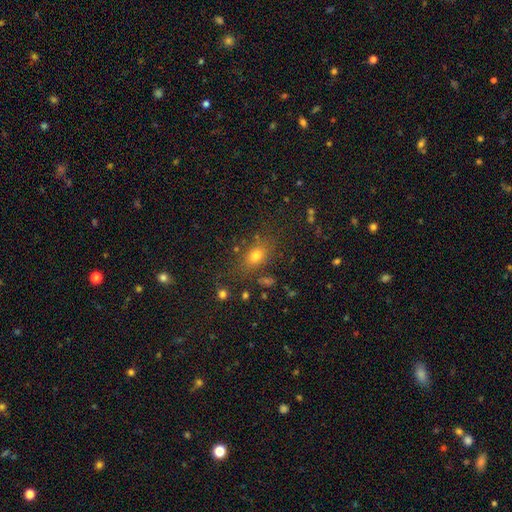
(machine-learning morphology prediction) smooth 72%, star or artifact 18%, featured or disk 10%. Down the decision tree: how rounded — in between (68%); merging — none (77%).